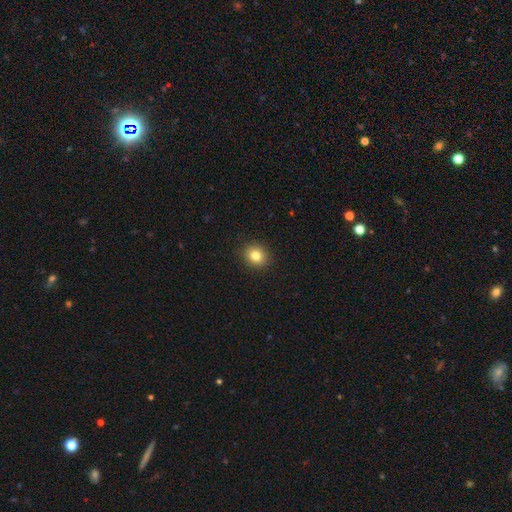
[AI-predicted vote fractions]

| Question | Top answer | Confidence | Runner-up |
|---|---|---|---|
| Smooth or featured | smooth | 82% | star or artifact (11%) |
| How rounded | round | 74% | in between (25%) |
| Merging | none | 91% | minor disturbance (6%) |